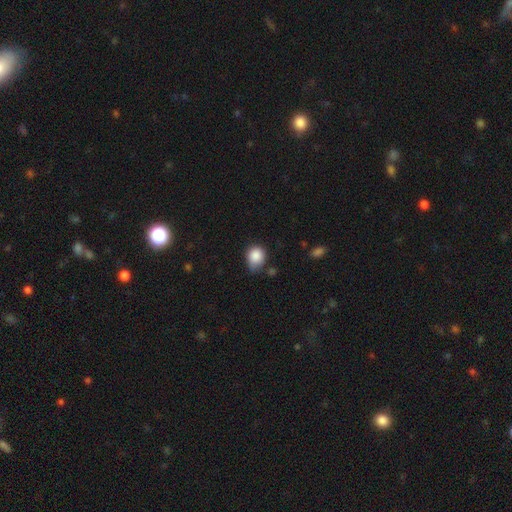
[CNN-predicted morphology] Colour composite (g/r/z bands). It shows a smooth galaxy with no disk features (86%) that is round (64%). Merging: none (49%).